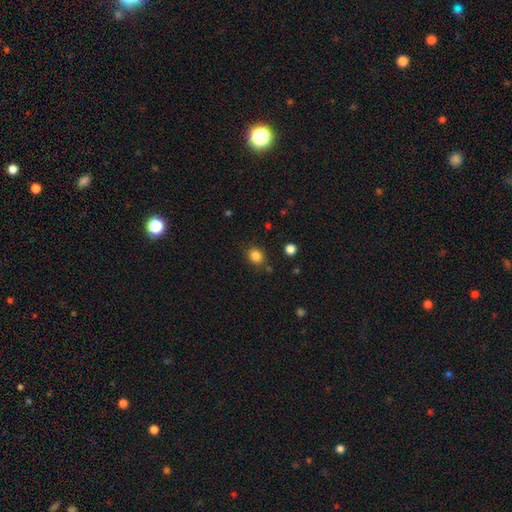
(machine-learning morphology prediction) smooth_or_featured: smooth (p=0.84) [alt: star or artifact p=0.12]
how_rounded: round (p=0.63) [alt: in between p=0.36]
merging: none (p=0.83) [alt: minor disturbance p=0.11]